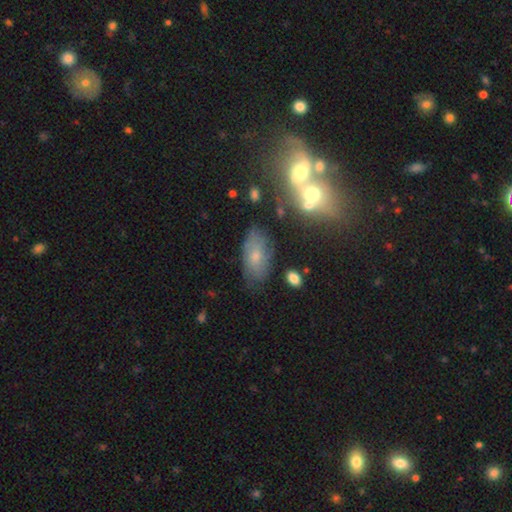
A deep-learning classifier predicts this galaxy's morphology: Smooth or featured?
  - smooth: 55% *
  - featured or disk: 33%
  - star or artifact: 12%
How rounded?
  - in between: 90% *
  - round: 5%
  - cigar-shaped: 4%
Merging?
  - none: 67% *
  - minor disturbance: 21%
  - major disturbance: 7%
  - merger: 5%